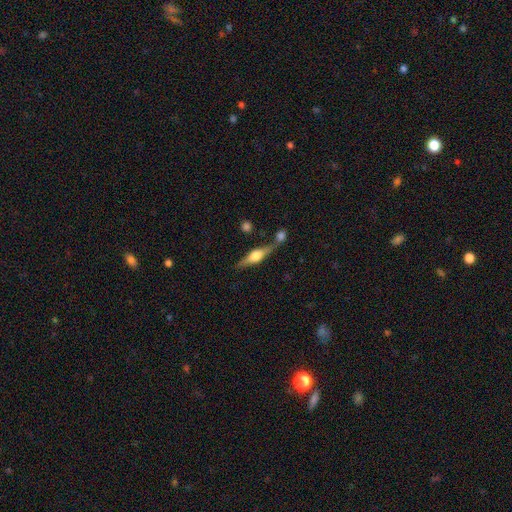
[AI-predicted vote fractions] smooth_or_featured: featured or disk (p=0.66) [alt: smooth p=0.27]
disk_edge_on: yes (p=0.94) [alt: no p=0.06]
edge_on_bulge: rounded (p=0.89) [alt: boxy p=0.09]
merging: none (p=0.63) [alt: merger p=0.20]